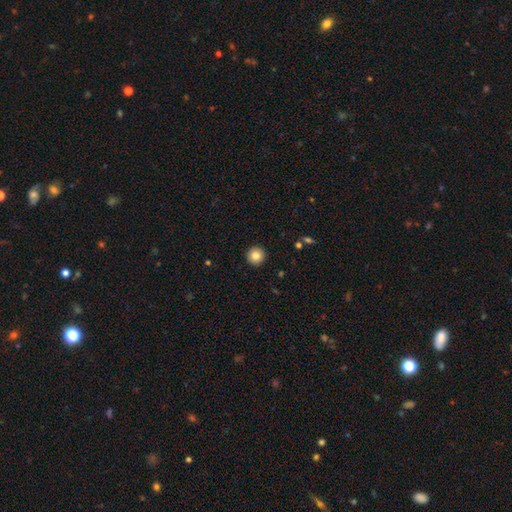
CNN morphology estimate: smooth 83%, star or artifact 9%, featured or disk 7%. Down the decision tree: how rounded — round (96%); merging — none (93%).